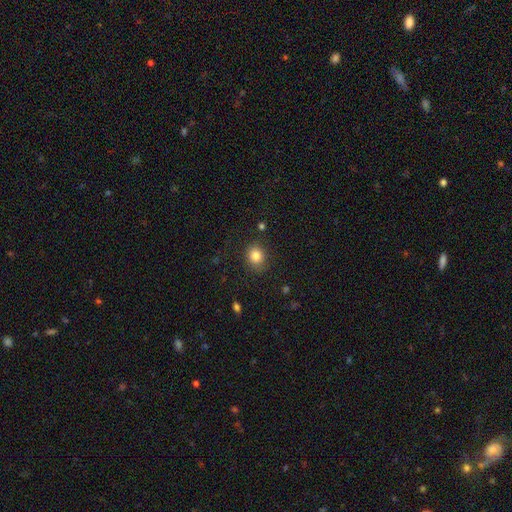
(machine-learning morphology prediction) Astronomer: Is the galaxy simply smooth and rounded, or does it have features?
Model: smooth — 83%.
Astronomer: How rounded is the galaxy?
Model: round — 71%.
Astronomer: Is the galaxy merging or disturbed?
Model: none — 85%.